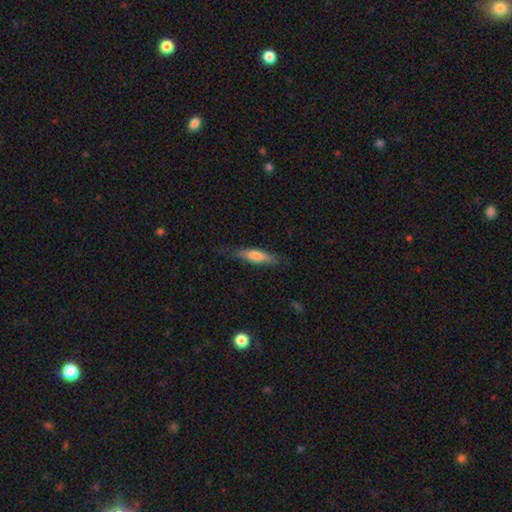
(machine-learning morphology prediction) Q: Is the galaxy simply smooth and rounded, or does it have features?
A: smooth — 68%.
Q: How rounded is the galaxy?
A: cigar-shaped — 65%.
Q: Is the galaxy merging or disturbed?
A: none — 73%.